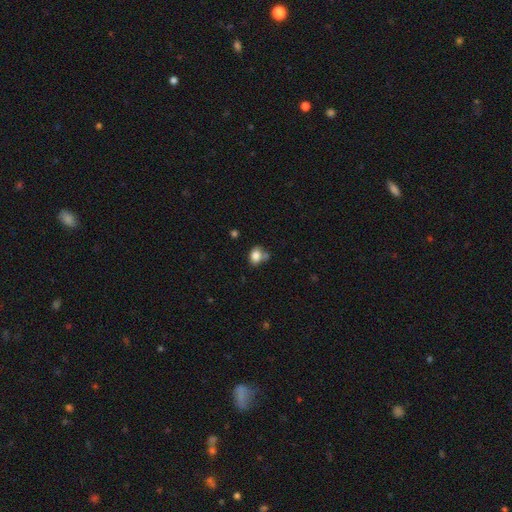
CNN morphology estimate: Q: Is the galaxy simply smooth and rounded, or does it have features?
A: smooth — 83%.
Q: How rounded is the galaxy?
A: in between — 63%.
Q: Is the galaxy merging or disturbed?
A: none — 56%.